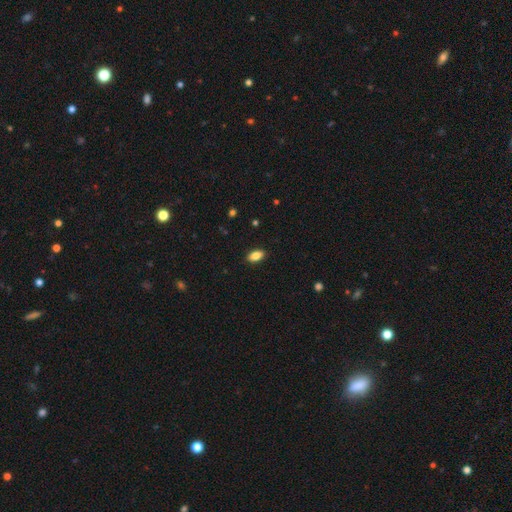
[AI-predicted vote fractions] This is clearly a smooth galaxy (87%). How rounded: clearly in between (92%). Merging: clearly none (90%).